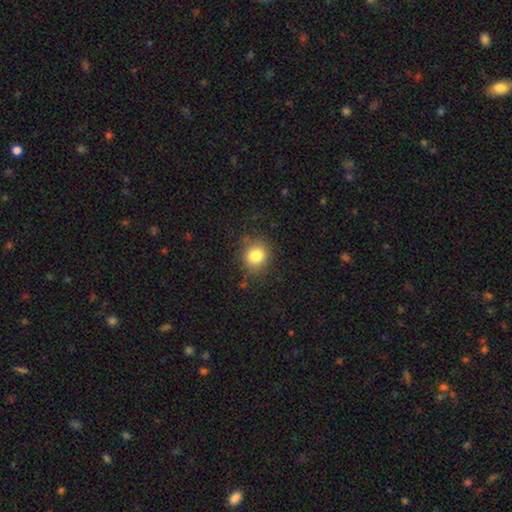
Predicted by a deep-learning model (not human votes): This appears to be a smooth galaxy with no disk features (82%) that is round (79%). Merging: none (81%).